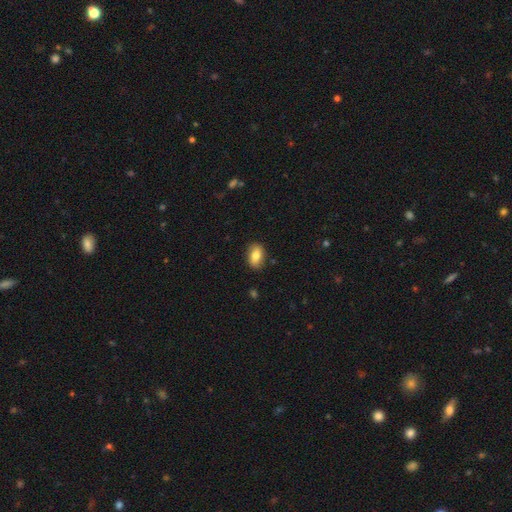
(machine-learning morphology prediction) type=smooth (81%); roundness=in between (87%); merging=none (85%).